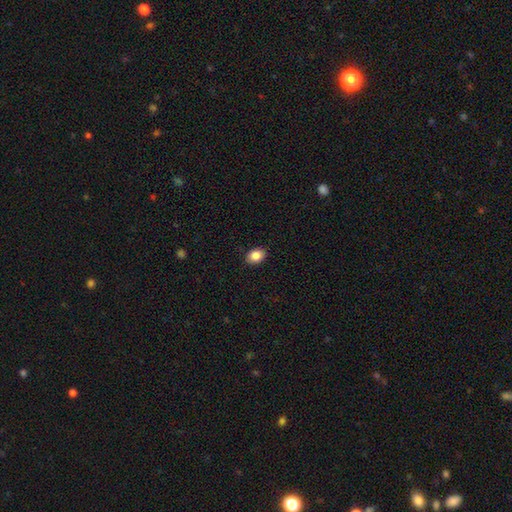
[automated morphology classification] This appears to be a smooth galaxy with no disk features (86%) that is in between round and cigar-shaped (72%). Merging: none (89%).